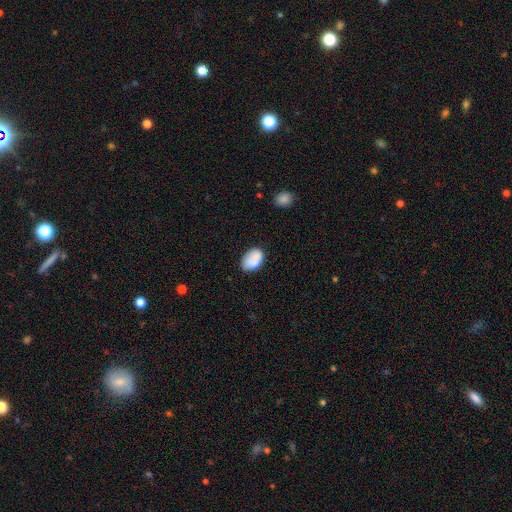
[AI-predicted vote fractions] Smooth or featured: smooth — 80% (featured or disk — 13%)
How rounded: in between — 85% (round — 14%)
Merging: none — 64% (minor disturbance — 23%)